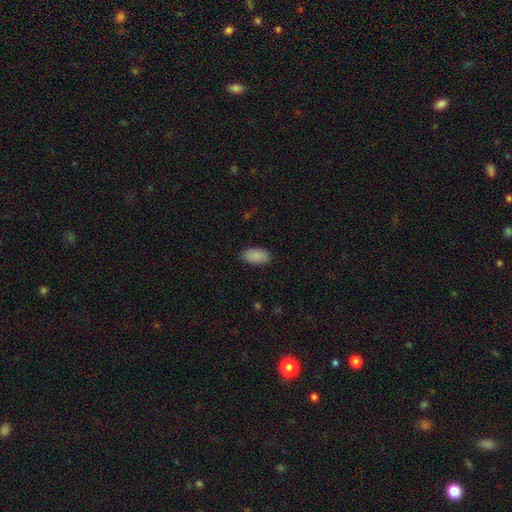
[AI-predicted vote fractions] Smooth or featured: smooth — 90% (star or artifact — 7%)
How rounded: in between — 95% (round — 3%)
Merging: none — 88% (minor disturbance — 9%)